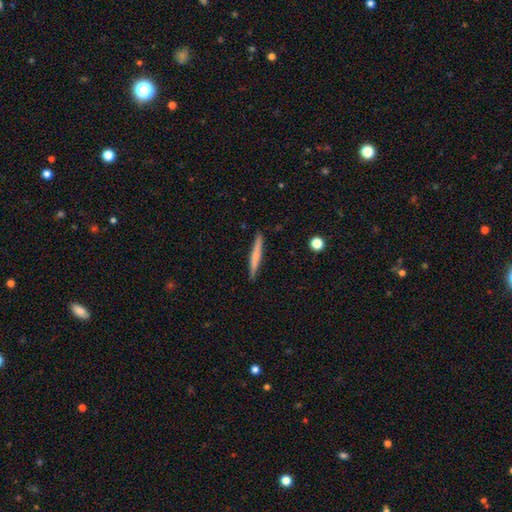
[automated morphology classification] smooth-or-featured: smooth: 59% | featured or disk: 35% | star or artifact: 6%
  how-rounded: cigar-shaped: 96% | in between: 3% | round: 1%
  merging: none: 90% | minor disturbance: 7% | major disturbance: 1% | merger: 1%